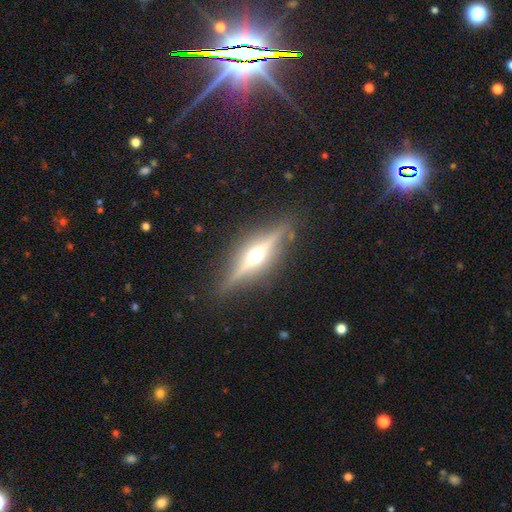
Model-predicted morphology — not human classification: A featured or disk galaxy (80%) viewed edge-on (96%) with a rounded central bulge (95%). Merging: none (88%).